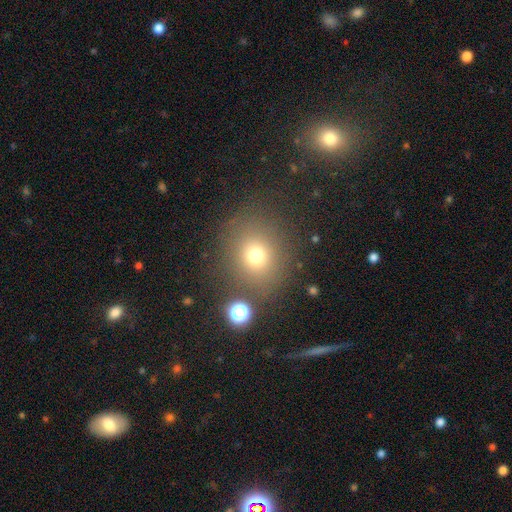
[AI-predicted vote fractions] Overall: smooth (72%). How rounded: round (79%). Merging: none (79%).